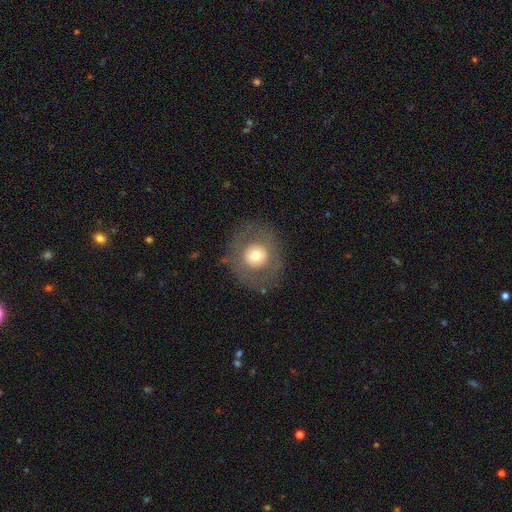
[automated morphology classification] smooth 59%, featured or disk 31%, star or artifact 10%. Down the decision tree: how rounded — round (89%); merging — none (80%).